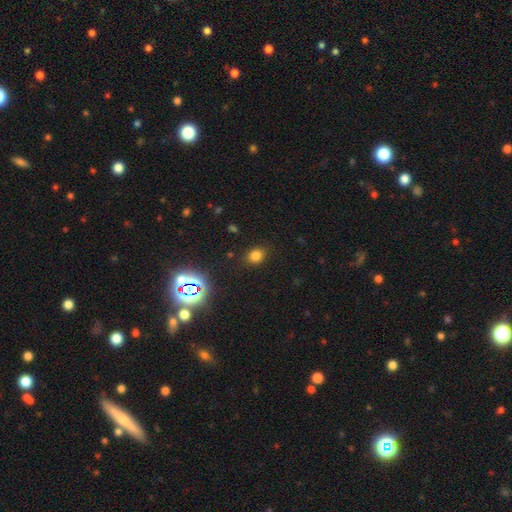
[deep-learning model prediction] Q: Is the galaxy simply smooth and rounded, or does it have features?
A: smooth — 75%.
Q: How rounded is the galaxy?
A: round — 56%.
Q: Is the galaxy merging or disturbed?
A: none — 85%.